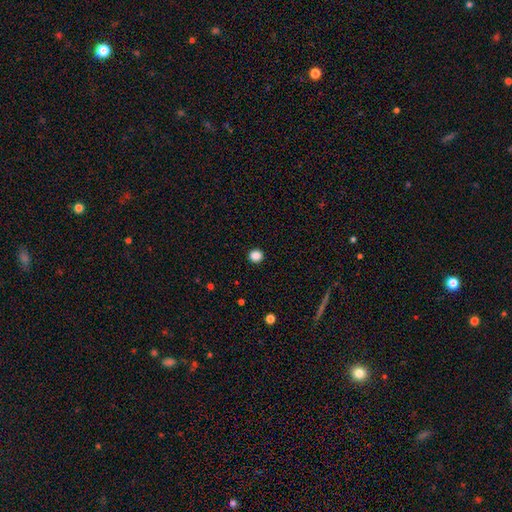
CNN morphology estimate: This appears to be a smooth galaxy with no disk features (87%) that is round (93%). Merging: none (93%).